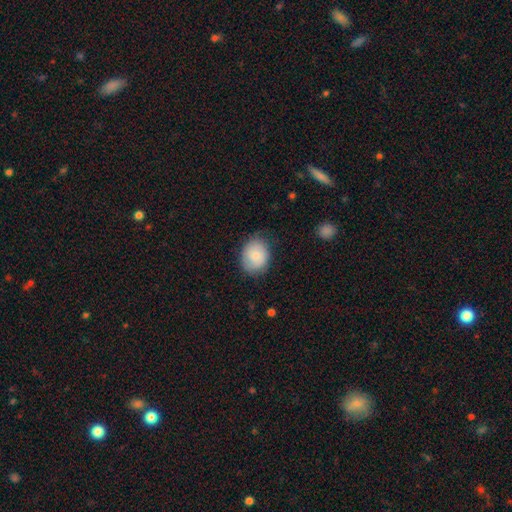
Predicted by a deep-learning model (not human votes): A smooth galaxy with no disk features (71%) that is round (57%).

Vote fractions:
- Smooth or featured? smooth: 71% / featured or disk: 22% / star or artifact: 7%
- How rounded? round: 57% / in between: 42% / cigar-shaped: 1%
- Merging? none: 71% / minor disturbance: 22% / major disturbance: 6% / merger: 1%